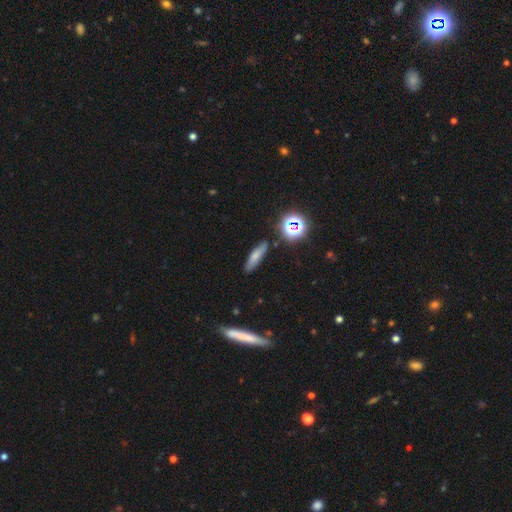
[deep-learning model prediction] Q: Smooth or featured?
A: smooth (67%); runner-up: featured or disk (18%)
Q: How rounded?
A: cigar-shaped (67%); runner-up: in between (28%)
Q: Merging?
A: none (84%); runner-up: minor disturbance (11%)